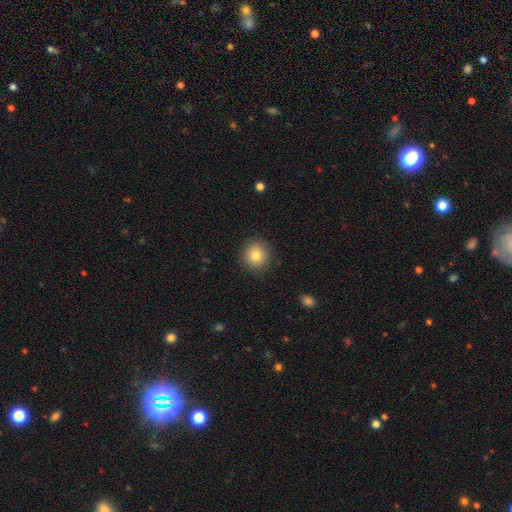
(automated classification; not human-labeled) smooth-or-featured: smooth: 80% | star or artifact: 10% | featured or disk: 10%
  how-rounded: round: 92% | in between: 7% | cigar-shaped: 1%
  merging: none: 90% | minor disturbance: 7% | major disturbance: 2% | merger: 1%